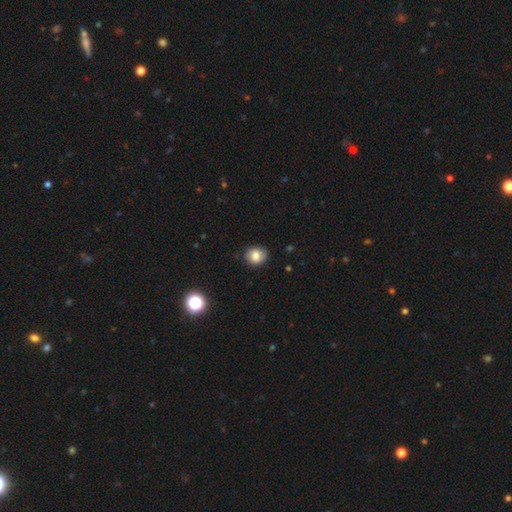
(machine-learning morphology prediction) Smooth or featured?
  - smooth: 80% *
  - star or artifact: 10%
  - featured or disk: 10%
How rounded?
  - round: 68% *
  - in between: 31%
  - cigar-shaped: 1%
Merging?
  - none: 81% *
  - minor disturbance: 15%
  - major disturbance: 3%
  - merger: 1%